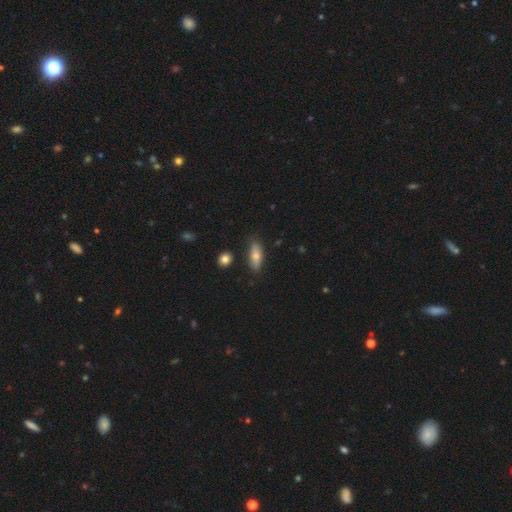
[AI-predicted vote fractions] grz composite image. It shows a smooth galaxy with no disk features (71%) that is in between round and cigar-shaped (58%). Merging: none (81%).